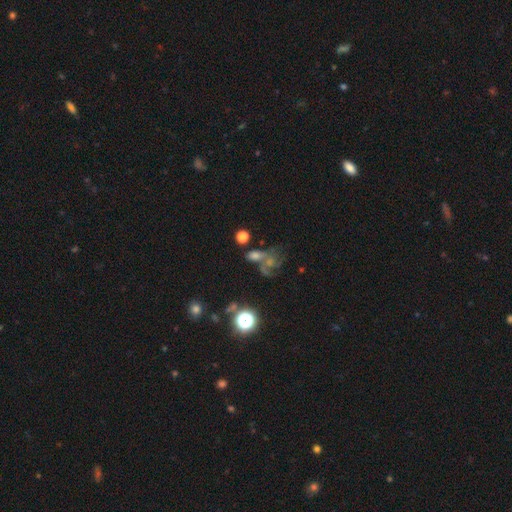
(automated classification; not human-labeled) The model was most divided on "merging": none: 34%, merger: 32%, major disturbance: 20%, minor disturbance: 14%. Remaining: smooth or featured — smooth (42%).